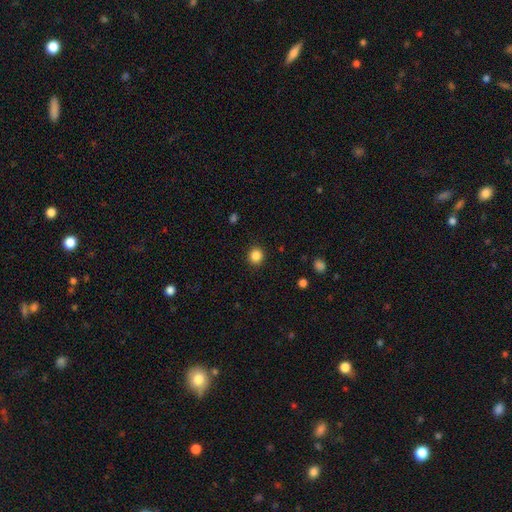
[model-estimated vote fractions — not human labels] Morphology: type=smooth (85%); roundness=round (91%); merging=none (91%).